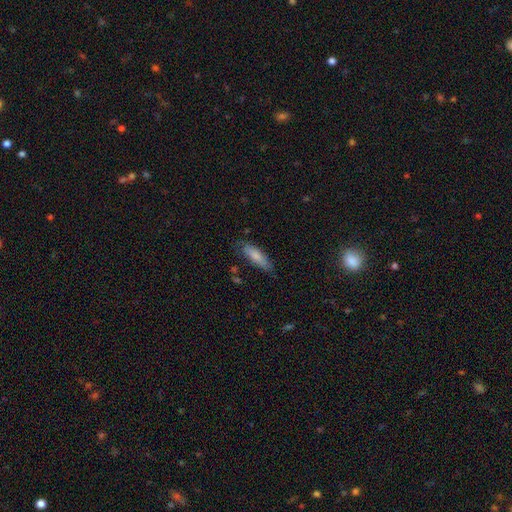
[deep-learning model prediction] Smooth or featured: smooth — 77% (featured or disk — 17%)
How rounded: cigar-shaped — 53% (in between — 45%)
Merging: none — 71% (minor disturbance — 21%)